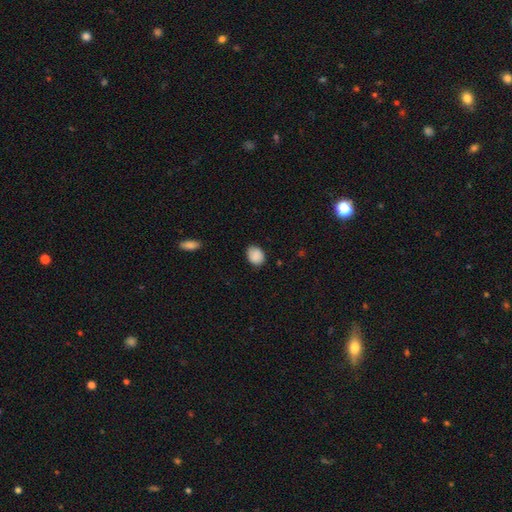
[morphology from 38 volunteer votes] A smooth galaxy with no disk features (89%) that is round (50%, tied with in between).

Vote fractions:
- Smooth or featured? smooth: 89% / star or artifact: 8% / featured or disk: 3%
- How rounded? round: 50% (tied) / in between: 50% (tied) / cigar-shaped: 0%
- Merging? none: 80% / minor disturbance: 20% / major disturbance: 0% / merger: 0%